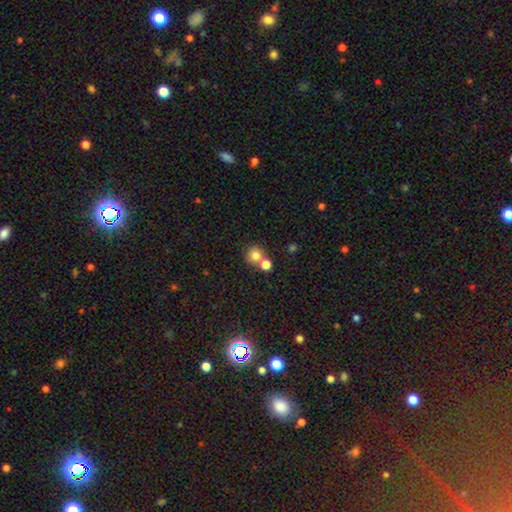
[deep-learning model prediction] smooth 80%, star or artifact 12%, featured or disk 8%. Down the decision tree: how rounded — round (89%); merging — none (58%).